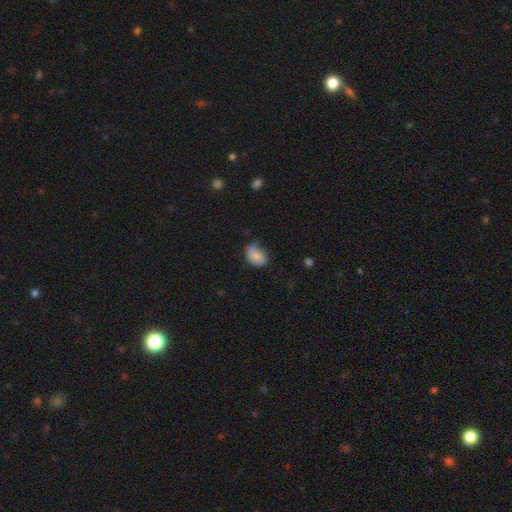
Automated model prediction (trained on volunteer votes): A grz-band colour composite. It shows a smooth galaxy with no disk features (82%) that is in between round and cigar-shaped (78%). Merging: none (43%).